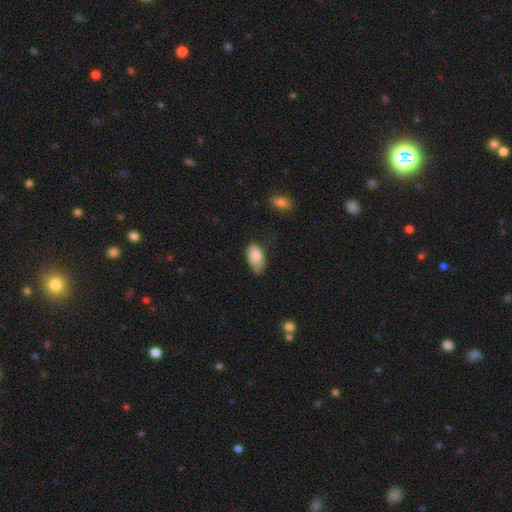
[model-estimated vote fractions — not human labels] smooth 79%, featured or disk 13%, star or artifact 7%. Down the decision tree: how rounded — in between (93%); merging — minor disturbance (43%).